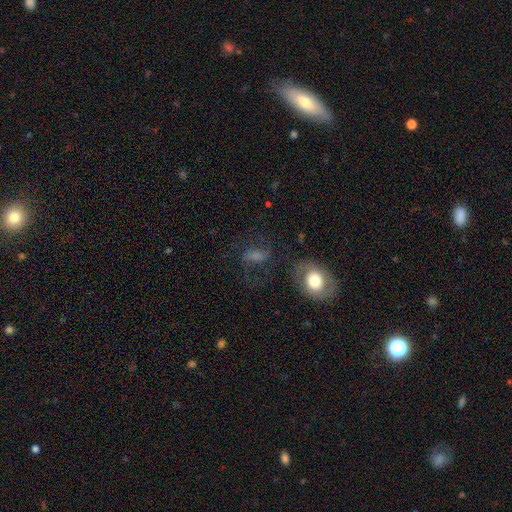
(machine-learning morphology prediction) Overall: featured or disk (56%; smooth 29%). Edge-on disk: no (95%). Bar: weak (38%; no 37%). Spiral arms: yes (84%). Bulge size: moderate (34%; small 32%). Merging: none (60%).